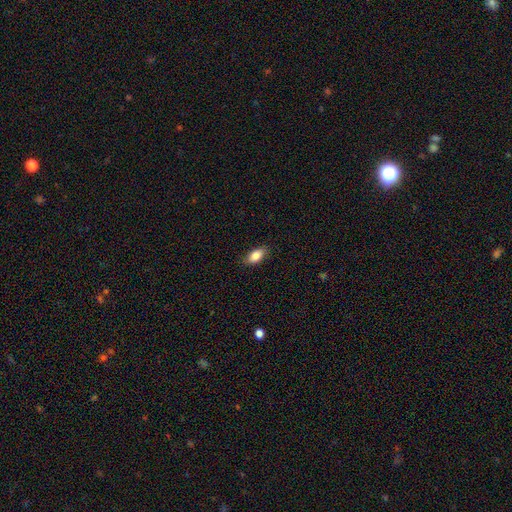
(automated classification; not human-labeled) Morphology: type=smooth (85%); roundness=in between (90%); merging=none (85%).